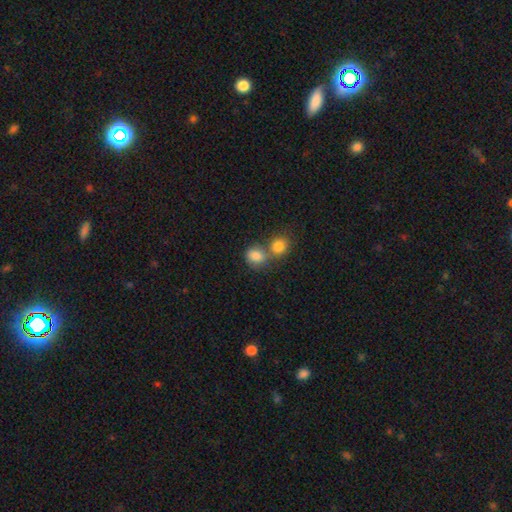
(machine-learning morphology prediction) smooth_or_featured: smooth (p=0.83) [alt: star or artifact p=0.10]
how_rounded: round (p=0.60) [alt: in between p=0.39]
merging: merger (p=0.54) [alt: none p=0.35]